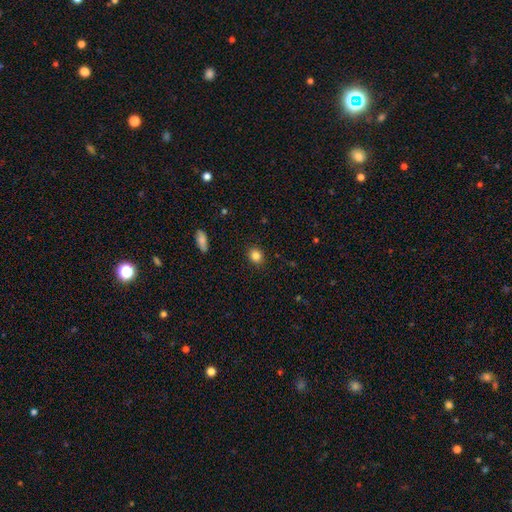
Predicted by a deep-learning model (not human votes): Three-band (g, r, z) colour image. It shows a smooth galaxy with no disk features (84%) that is round (58%). Merging: none (89%).